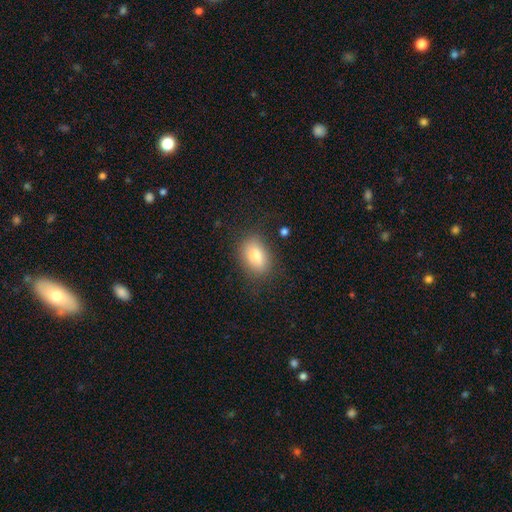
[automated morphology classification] Smooth or featured: smooth — 80% (featured or disk — 11%)
How rounded: in between — 84% (round — 13%)
Merging: none — 78% (minor disturbance — 15%)